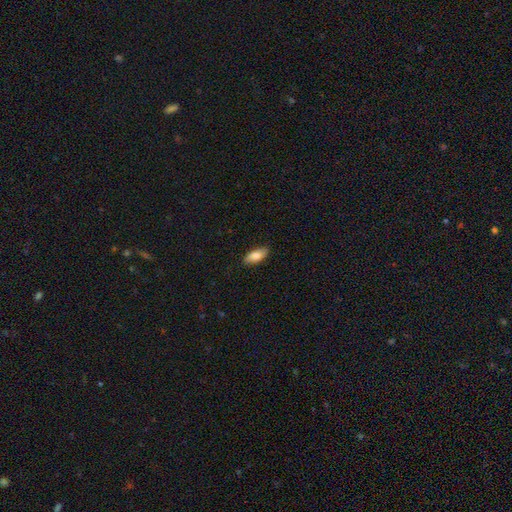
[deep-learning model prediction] Smooth or featured? smooth (81%)
How rounded? in between (87%)
Merging? none (84%)